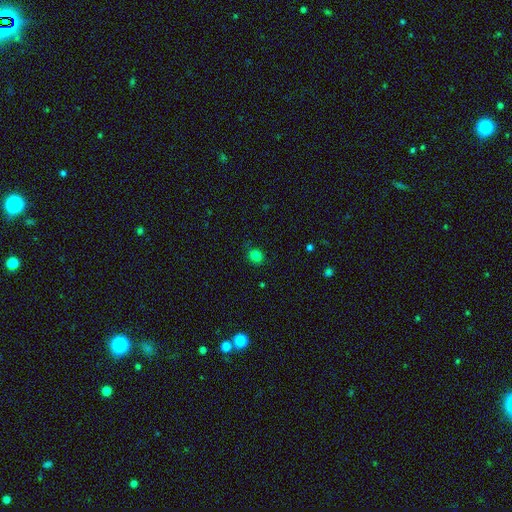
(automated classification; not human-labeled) smooth_or_featured: smooth (p=0.80) [alt: star or artifact p=0.15]
how_rounded: round (p=0.81) [alt: in between p=0.18]
merging: none (p=0.83) [alt: minor disturbance p=0.12]